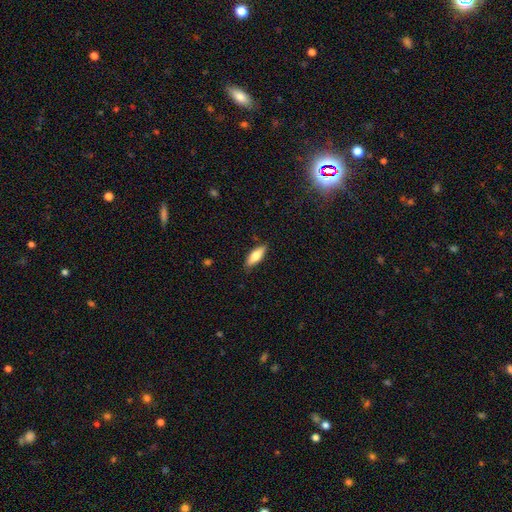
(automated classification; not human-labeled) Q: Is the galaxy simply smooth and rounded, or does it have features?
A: smooth — 74%.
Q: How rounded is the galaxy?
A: in between — 64%.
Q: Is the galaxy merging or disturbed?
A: none — 86%.